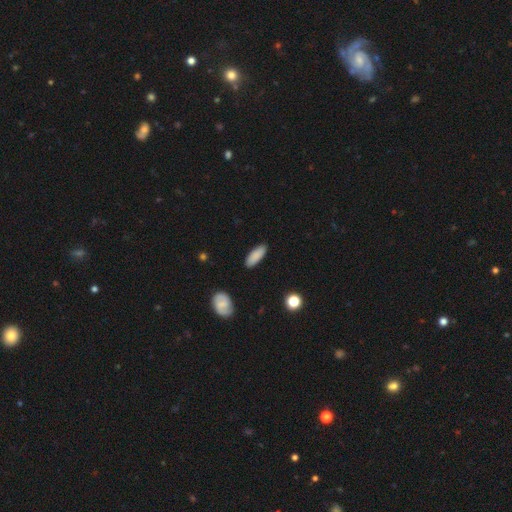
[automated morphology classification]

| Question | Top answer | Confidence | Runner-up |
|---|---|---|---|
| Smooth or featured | smooth | 86% | featured or disk (7%) |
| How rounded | in between | 65% | cigar-shaped (33%) |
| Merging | none | 87% | minor disturbance (9%) |